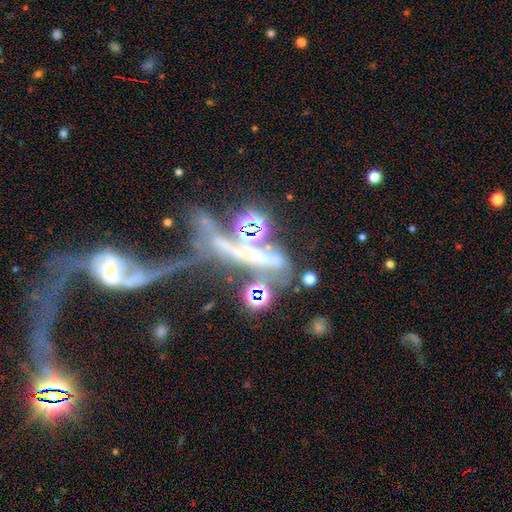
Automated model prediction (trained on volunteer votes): Smooth or featured? featured or disk (47%)
Merging? merger (51%)